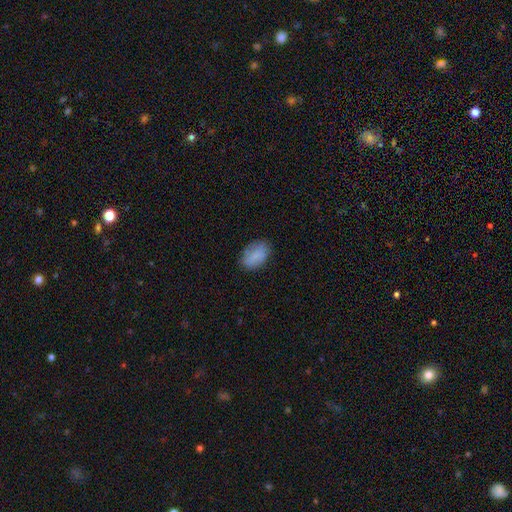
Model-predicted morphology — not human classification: Q: Smooth or featured?
A: smooth (77%); runner-up: featured or disk (15%)
Q: How rounded?
A: in between (89%); runner-up: round (9%)
Q: Merging?
A: none (74%); runner-up: minor disturbance (20%)